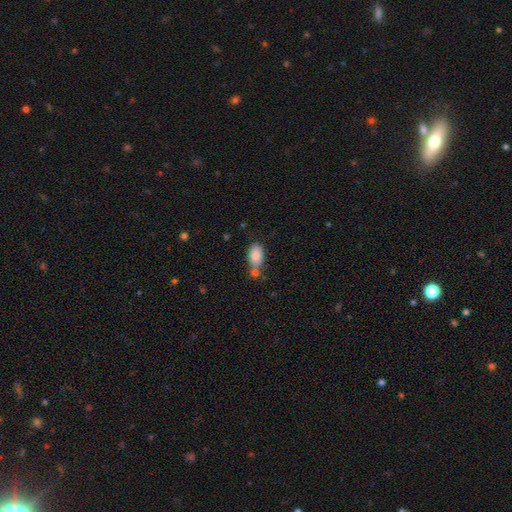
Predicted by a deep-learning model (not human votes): smooth 86%, star or artifact 7%, featured or disk 6%. Down the decision tree: how rounded — in between (92%); merging — none (55%).